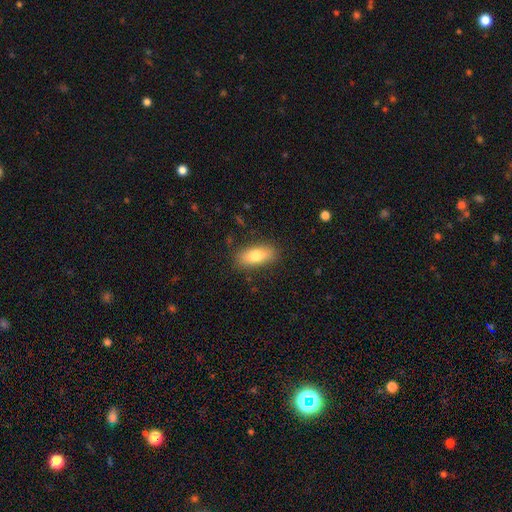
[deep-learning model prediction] This is likely a smooth galaxy (77%). How rounded: likely in between (79%). Merging: clearly none (85%).